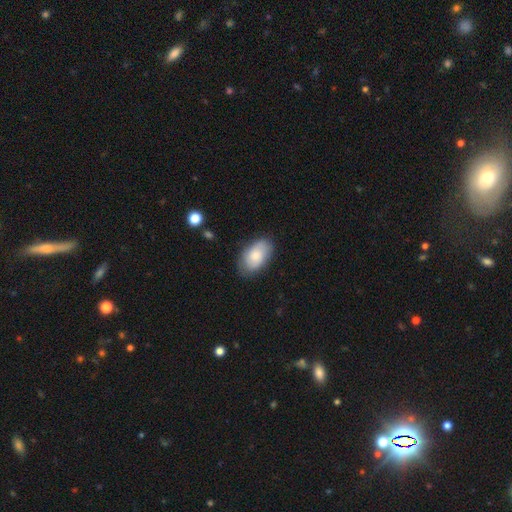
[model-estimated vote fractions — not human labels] This is likely a smooth galaxy (75%). How rounded: clearly in between (93%). Merging: likely none (79%).